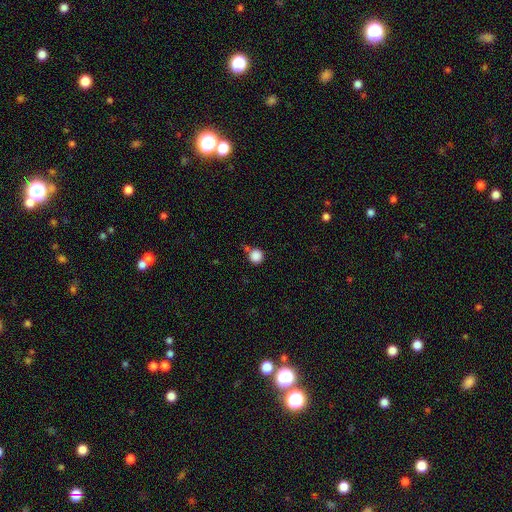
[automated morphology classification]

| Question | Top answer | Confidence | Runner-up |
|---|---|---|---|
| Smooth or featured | smooth | 86% | star or artifact (10%) |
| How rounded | round | 94% | in between (5%) |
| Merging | none | 73% | minor disturbance (12%) |